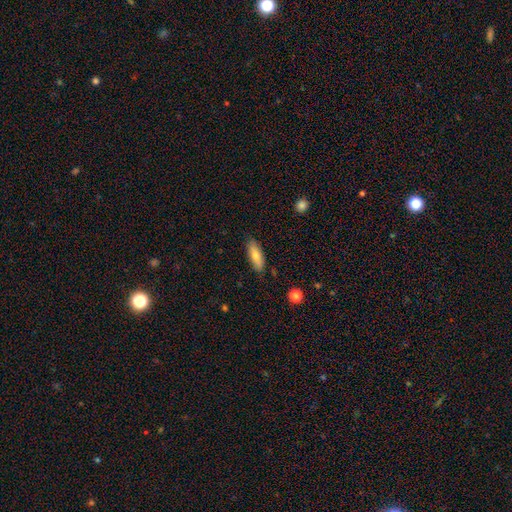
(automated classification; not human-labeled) Morphology: type=smooth (70%); roundness=in between (68%); merging=none (84%).